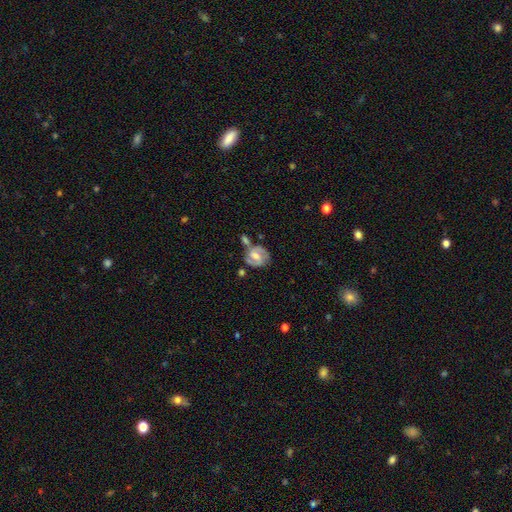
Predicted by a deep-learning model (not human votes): Smooth or featured? featured or disk (73%)
Edge-on disk? no (97%)
Bar? weak (49%)
Spiral arms? yes (89%)
Spiral winding? medium (45%)
Spiral arm count? 2 (82%)
Bulge size? moderate (58%)
Merging? none (50%)